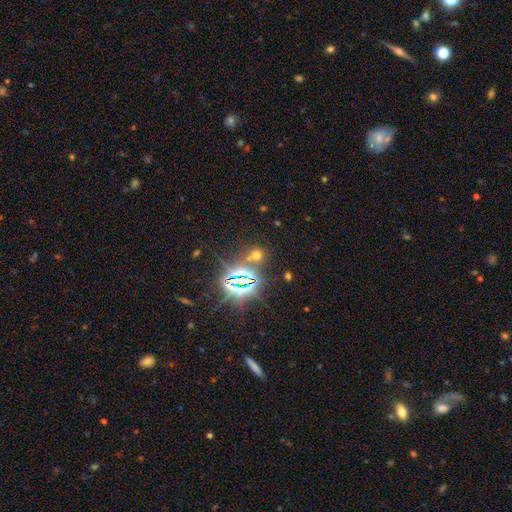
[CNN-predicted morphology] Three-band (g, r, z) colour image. It shows a star or artifact, not a galaxy (52%).